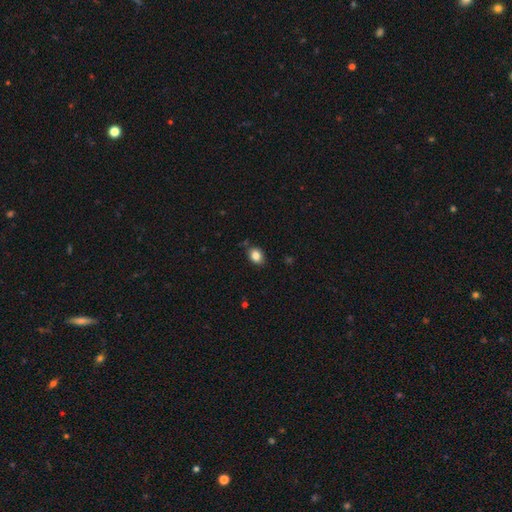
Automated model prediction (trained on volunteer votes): Smooth or featured?
  - smooth: 84% *
  - star or artifact: 10%
  - featured or disk: 6%
How rounded?
  - in between: 59% *
  - round: 40%
  - cigar-shaped: 1%
Merging?
  - none: 83% *
  - minor disturbance: 12%
  - major disturbance: 2%
  - merger: 2%